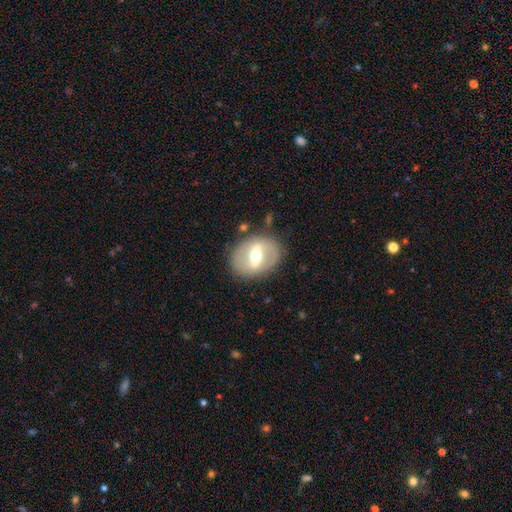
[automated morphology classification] A featured or disk galaxy (68%) with a strong bar (66%), no spiral arms (70%) and a moderate central bulge (71%).

Vote fractions:
- Smooth or featured? featured or disk: 68% / smooth: 25% / star or artifact: 6%
- Edge-on disk? no: 88% / yes: 12%
- Bar? strong: 66% / weak: 26% / no: 8%
- Spiral arms? no: 70% / yes: 30%
- Bulge size? moderate: 71% / small: 14% / large: 13% / dominant: 1% / none: 1%
- Merging? none: 82% / minor disturbance: 11% / major disturbance: 5% / merger: 2%